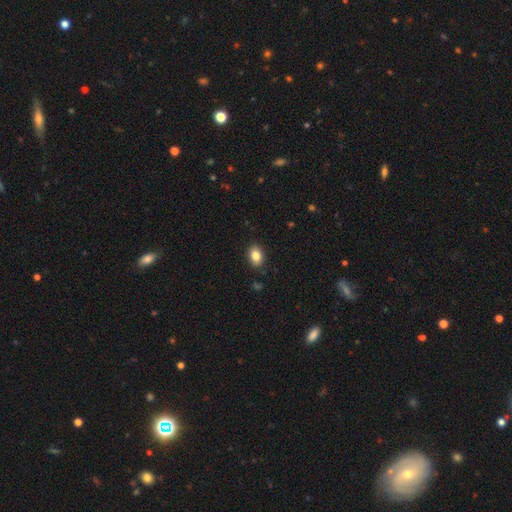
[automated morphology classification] Smooth or featured? Predicted: smooth (p=0.84). How rounded? Predicted: in between (p=0.78). Merging? Predicted: none (p=0.88).